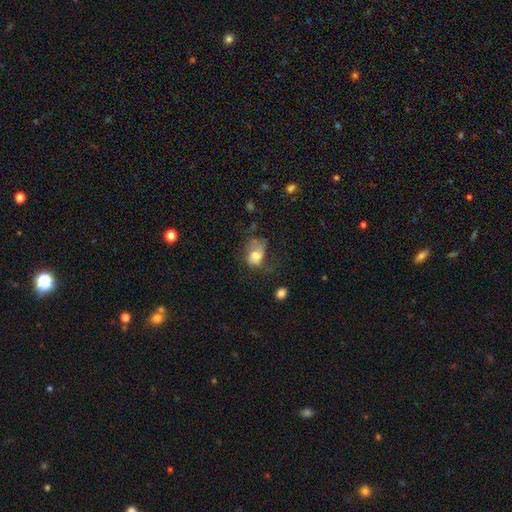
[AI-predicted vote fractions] This appears to be a smooth galaxy with no disk features (61%) that is in between round and cigar-shaped (69%). Merging: major disturbance (42%).